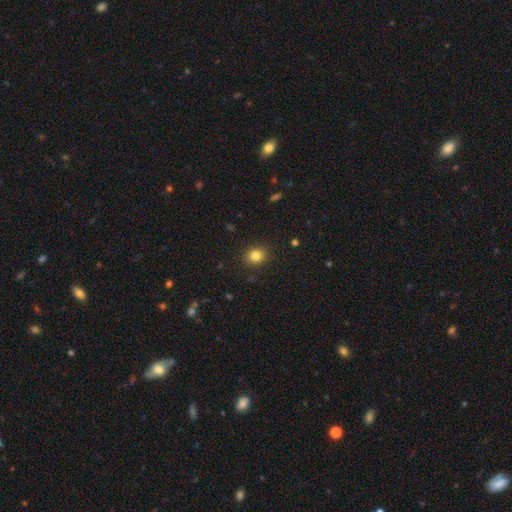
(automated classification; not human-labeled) The model was most divided on "how rounded": round: 69%, in between: 30%, cigar-shaped: 1%. More confident: merging — none (90%); smooth or featured — smooth (83%).